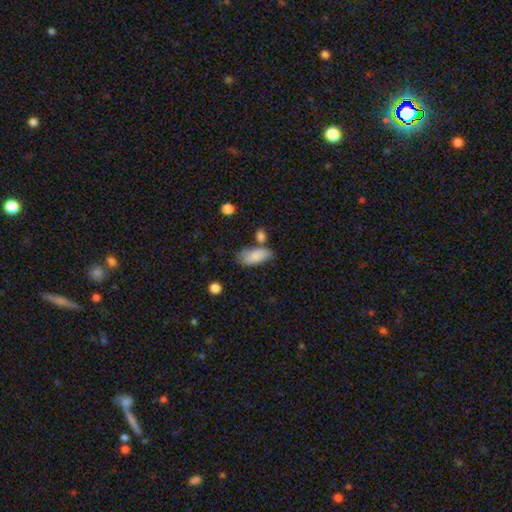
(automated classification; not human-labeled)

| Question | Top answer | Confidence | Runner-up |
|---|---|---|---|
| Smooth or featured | smooth | 83% | featured or disk (10%) |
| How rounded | in between | 90% | cigar-shaped (7%) |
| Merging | none | 52% | minor disturbance (22%) |